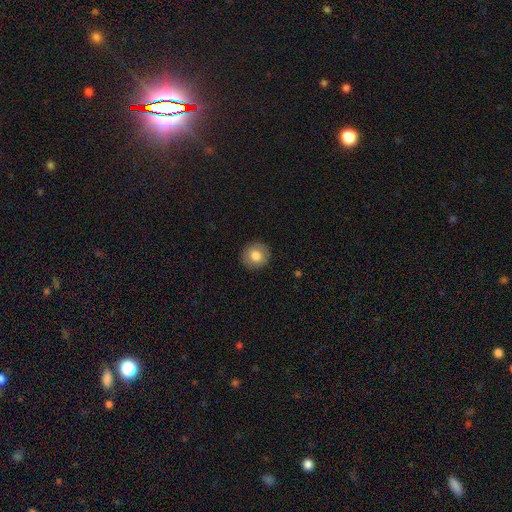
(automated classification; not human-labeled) Smooth or featured?
  - smooth: 80% *
  - featured or disk: 12%
  - star or artifact: 8%
How rounded?
  - round: 91% *
  - in between: 8%
  - cigar-shaped: 1%
Merging?
  - none: 91% *
  - minor disturbance: 6%
  - major disturbance: 2%
  - merger: 1%